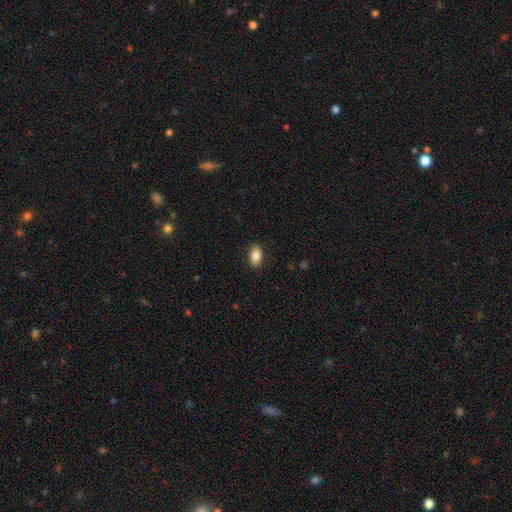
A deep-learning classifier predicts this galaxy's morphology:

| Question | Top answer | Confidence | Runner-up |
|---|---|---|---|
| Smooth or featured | smooth | 86% | star or artifact (7%) |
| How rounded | in between | 91% | round (7%) |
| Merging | none | 89% | minor disturbance (8%) |